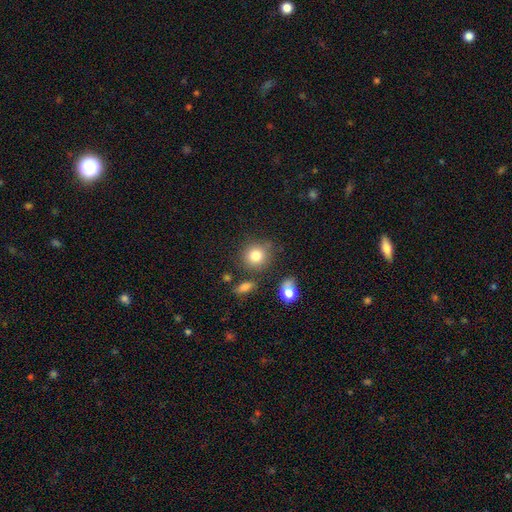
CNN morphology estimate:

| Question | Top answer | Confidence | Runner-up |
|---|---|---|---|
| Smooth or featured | smooth | 81% | star or artifact (11%) |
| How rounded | round | 87% | in between (12%) |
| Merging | none | 76% | minor disturbance (13%) |